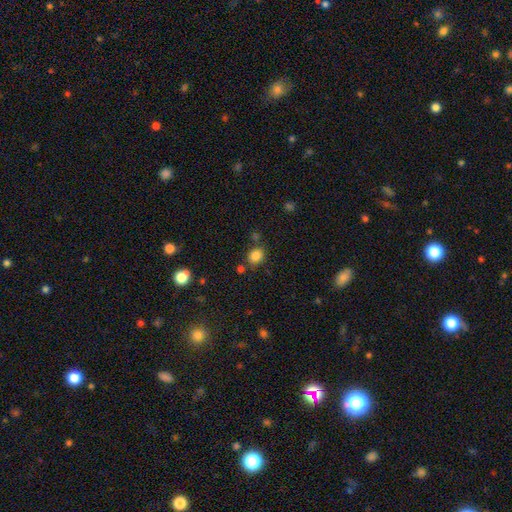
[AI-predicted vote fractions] Smooth or featured? Predicted: smooth (p=0.83). How rounded? Predicted: round (p=0.63). Merging? Predicted: none (p=0.76).